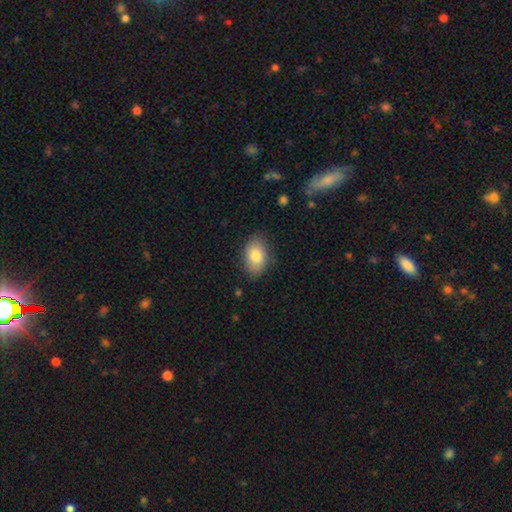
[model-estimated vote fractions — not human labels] A smooth galaxy with no disk features (82%) that is in between round and cigar-shaped (88%).

Vote fractions:
- Smooth or featured? smooth: 82% / featured or disk: 11% / star or artifact: 7%
- How rounded? in between: 88% / round: 10% / cigar-shaped: 1%
- Merging? none: 82% / minor disturbance: 14% / major disturbance: 3% / merger: 1%